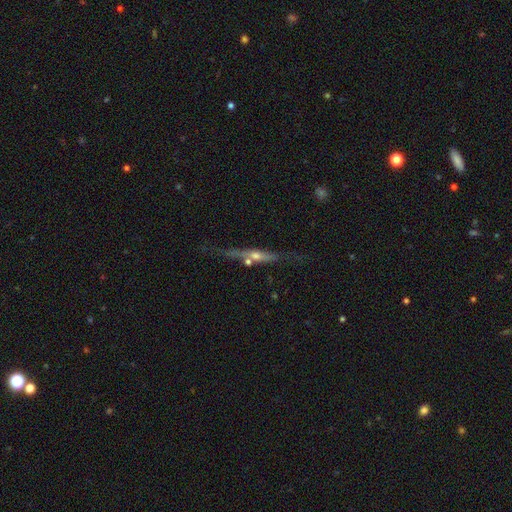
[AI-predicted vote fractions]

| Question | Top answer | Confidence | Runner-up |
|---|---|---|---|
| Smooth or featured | featured or disk | 71% | smooth (21%) |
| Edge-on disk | yes | 89% | no (11%) |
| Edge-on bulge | rounded | 83% | none (11%) |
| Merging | none | 61% | minor disturbance (19%) |